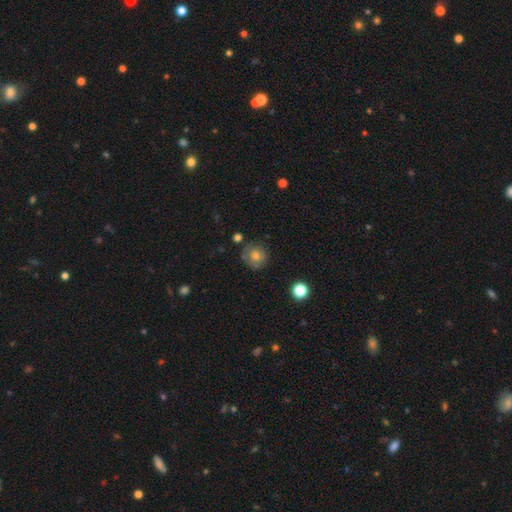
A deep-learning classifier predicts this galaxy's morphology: smooth-or-featured: smooth: 69% | featured or disk: 20% | star or artifact: 11%
  how-rounded: round: 86% | in between: 13% | cigar-shaped: 1%
  merging: none: 74% | minor disturbance: 17% | major disturbance: 5% | merger: 3%